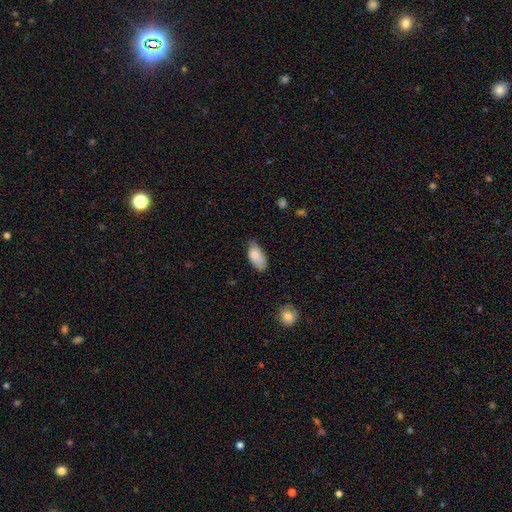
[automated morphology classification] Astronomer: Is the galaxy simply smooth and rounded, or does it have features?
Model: smooth — 82%.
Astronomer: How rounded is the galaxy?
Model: in between — 90%.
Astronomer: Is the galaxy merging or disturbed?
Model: none — 60%.